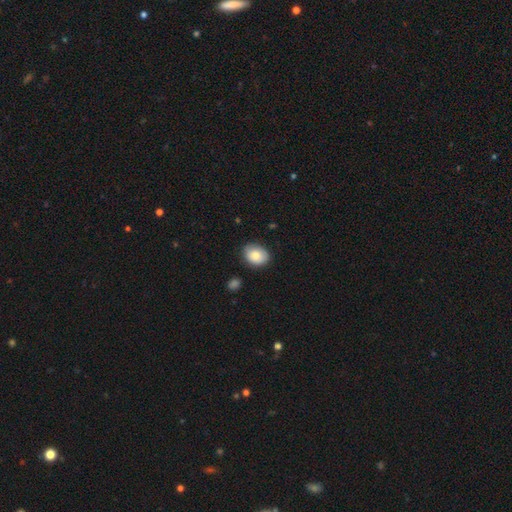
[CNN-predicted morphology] Overall: smooth (82%). How rounded: in between (63%; round 36%). Merging: none (79%).